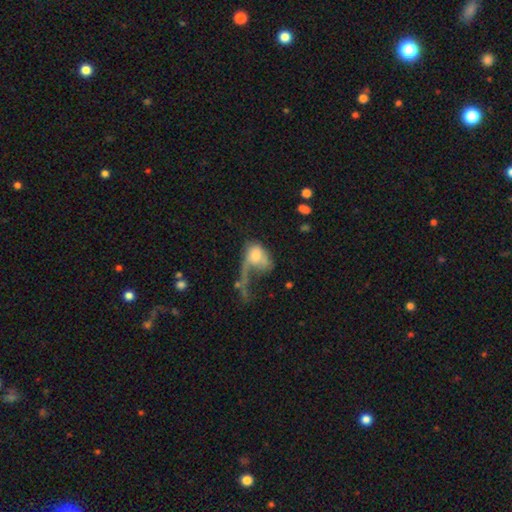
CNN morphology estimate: This is possibly a smooth galaxy (57%). How rounded: likely in between (71%). Merging: likely major disturbance (60%).